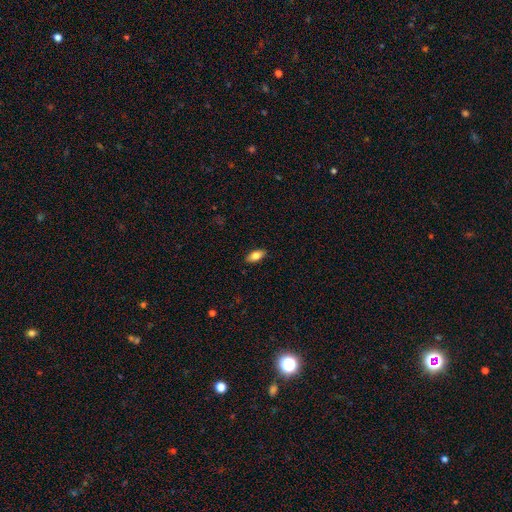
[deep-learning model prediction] The model was most divided on "smooth or featured": smooth: 80%, featured or disk: 13%, star or artifact: 7%. More confident: how rounded — in between (89%); merging — none (88%).